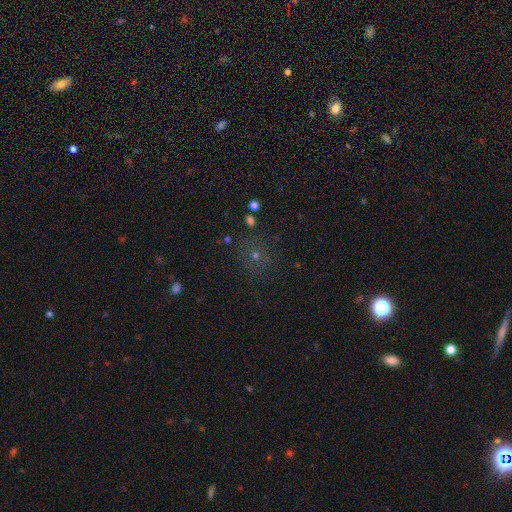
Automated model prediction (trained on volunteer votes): Overall: smooth (51%; star or artifact 35%). How rounded: round (87%). Merging: none (80%).